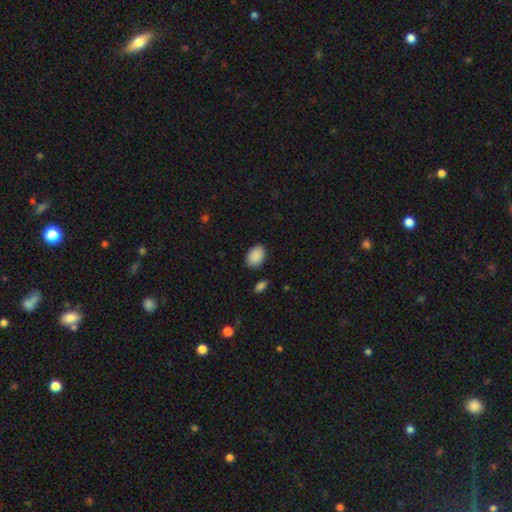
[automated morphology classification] This is clearly a smooth galaxy (90%). How rounded: clearly in between (82%). Merging: clearly none (86%).